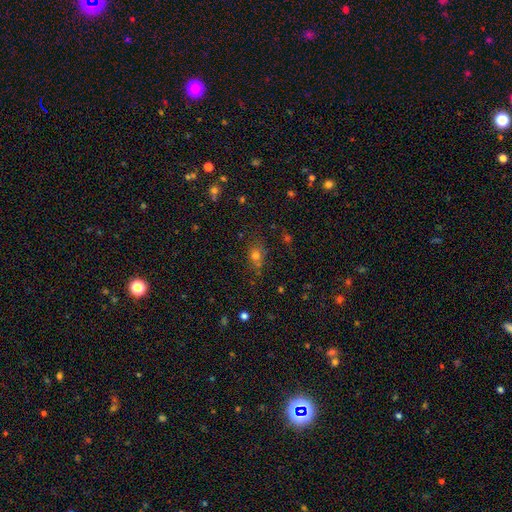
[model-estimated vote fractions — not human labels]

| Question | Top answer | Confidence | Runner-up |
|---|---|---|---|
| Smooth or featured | smooth | 68% | star or artifact (23%) |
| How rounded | round | 59% | in between (39%) |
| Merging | none | 68% | minor disturbance (18%) |